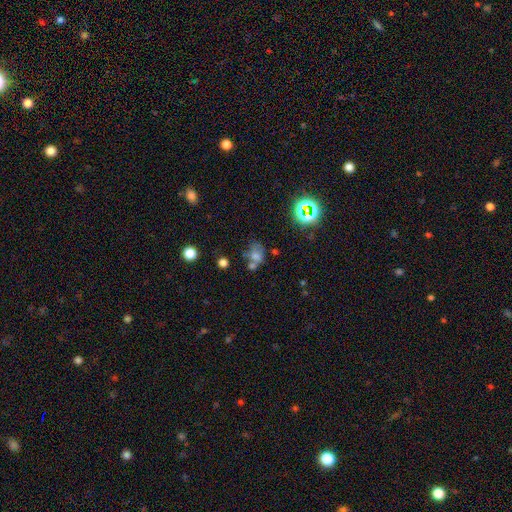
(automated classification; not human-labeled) smooth 59%, star or artifact 22%, featured or disk 19%. Down the decision tree: how rounded — in between (56%); merging — merger (37%).